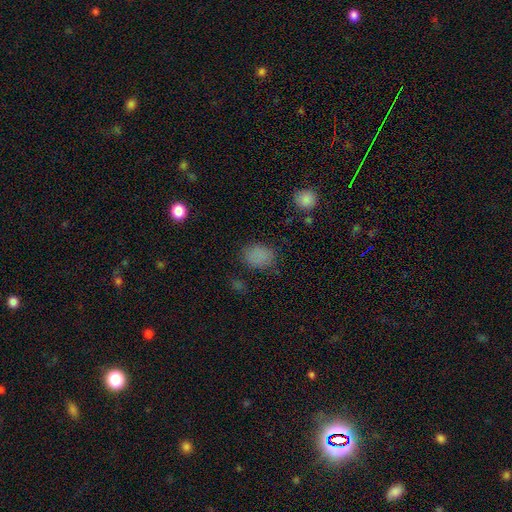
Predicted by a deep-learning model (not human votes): smooth_or_featured: smooth (p=0.81) [alt: star or artifact p=0.14]
how_rounded: in between (p=0.70) [alt: round p=0.28]
merging: none (p=0.78) [alt: minor disturbance p=0.15]